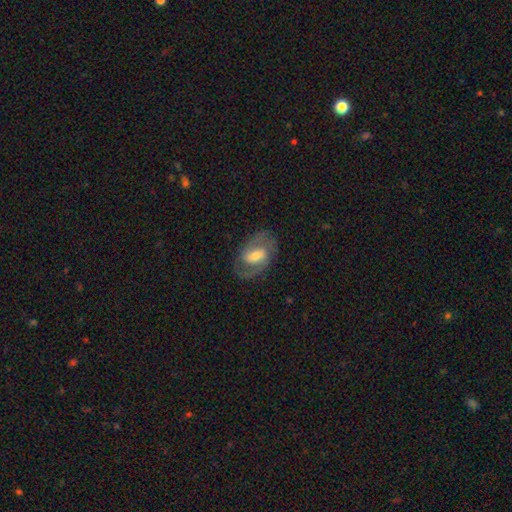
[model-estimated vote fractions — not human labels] featured or disk 75%, smooth 19%, star or artifact 6%. Down the decision tree: edge-on disk — no (96%); bar — weak (47%); spiral arms — yes (87%); spiral arm count — 2 (85%); spiral winding — medium (52%); bulge size — moderate (55%); merging — none (79%).